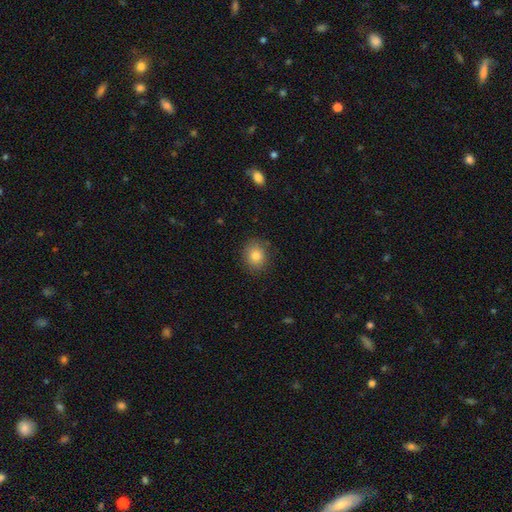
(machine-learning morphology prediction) smooth_or_featured: smooth (p=0.79) [alt: star or artifact p=0.11]
how_rounded: round (p=0.68) [alt: in between p=0.31]
merging: none (p=0.85) [alt: minor disturbance p=0.11]